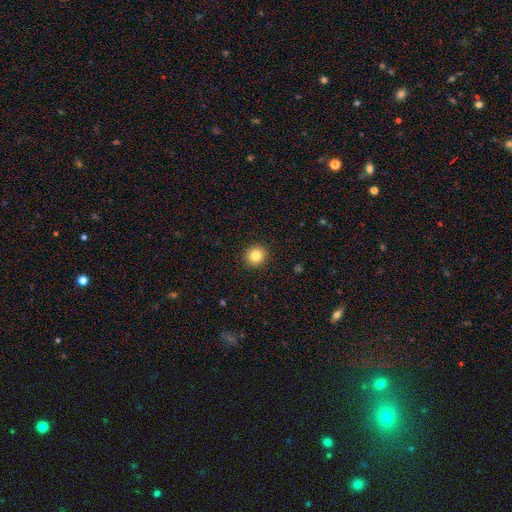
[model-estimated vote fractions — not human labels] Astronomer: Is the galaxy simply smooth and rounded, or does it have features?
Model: smooth — 84%.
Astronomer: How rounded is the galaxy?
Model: round — 89%.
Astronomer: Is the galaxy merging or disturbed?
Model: none — 92%.